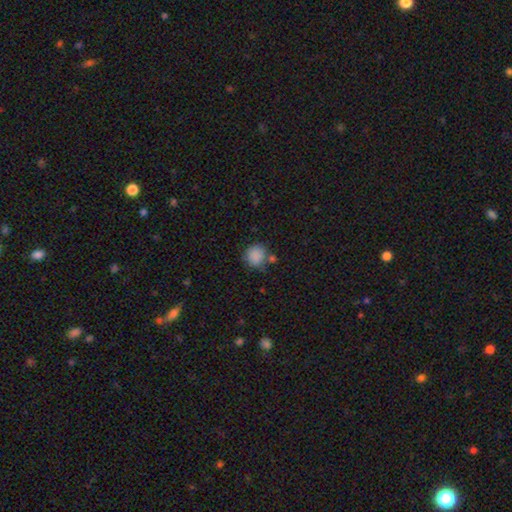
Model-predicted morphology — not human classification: The model was most divided on "merging": none: 69%, minor disturbance: 16%, merger: 10%, major disturbance: 5%. More confident: smooth or featured — smooth (86%); how rounded — round (86%).